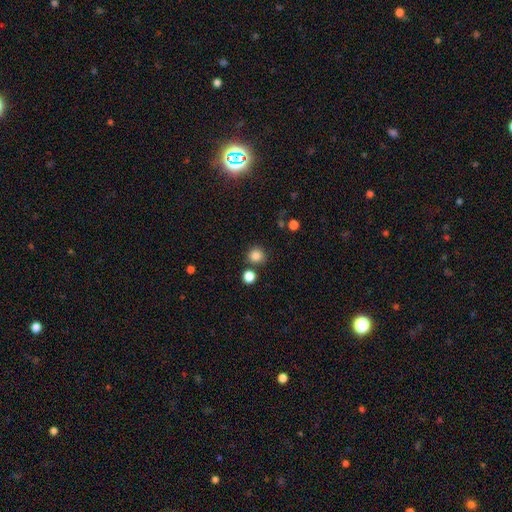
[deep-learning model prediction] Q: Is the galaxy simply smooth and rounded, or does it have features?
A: smooth — 84%.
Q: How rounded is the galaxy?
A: round — 91%.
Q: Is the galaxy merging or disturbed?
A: none — 78%.